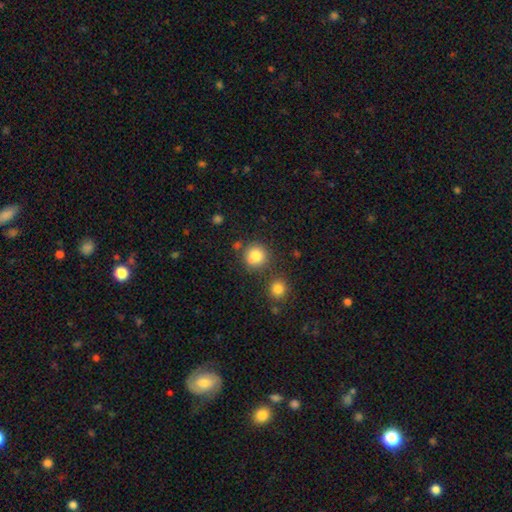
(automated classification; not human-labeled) This is clearly a smooth galaxy (83%). How rounded: clearly round (91%). Merging: likely none (74%).